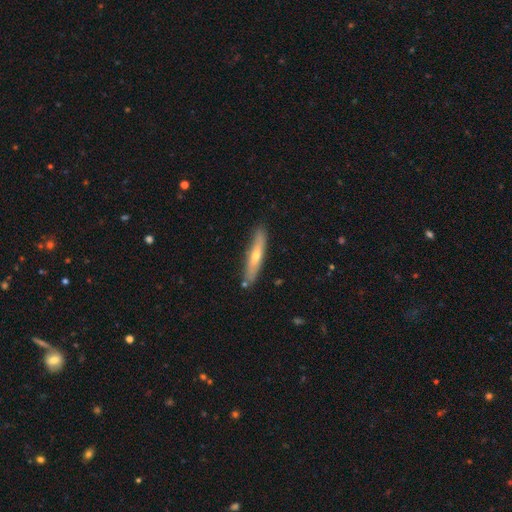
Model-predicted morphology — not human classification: featured or disk 53%, smooth 40%, star or artifact 7%. Down the decision tree: edge-on disk — yes (85%); merging — none (84%).